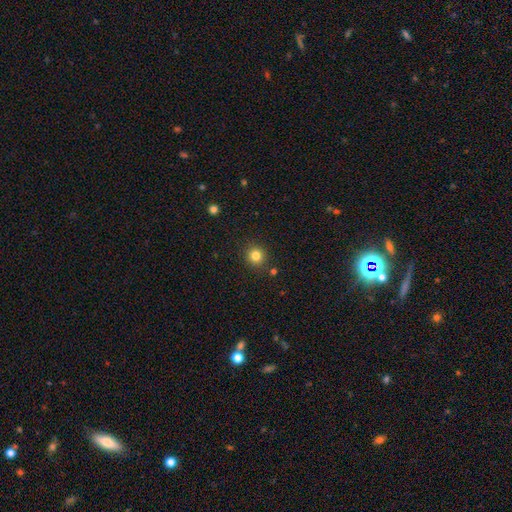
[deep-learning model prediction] smooth-or-featured: smooth: 81% | star or artifact: 13% | featured or disk: 6%
  how-rounded: round: 91% | in between: 8% | cigar-shaped: 1%
  merging: none: 88% | minor disturbance: 7% | merger: 3% | major disturbance: 2%